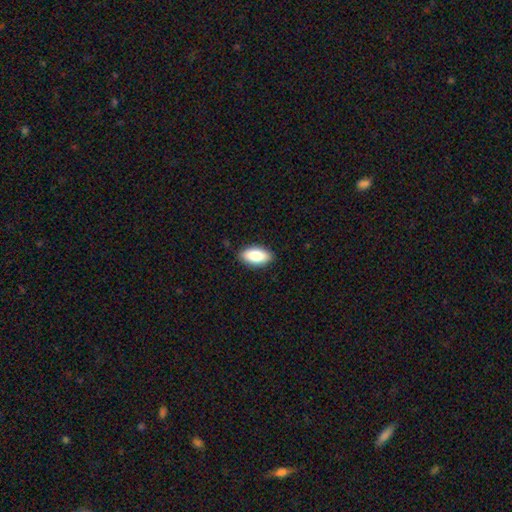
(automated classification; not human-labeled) The model was most divided on "smooth or featured": smooth: 83%, featured or disk: 10%, star or artifact: 7%. More confident: how rounded — in between (91%); merging — none (88%).